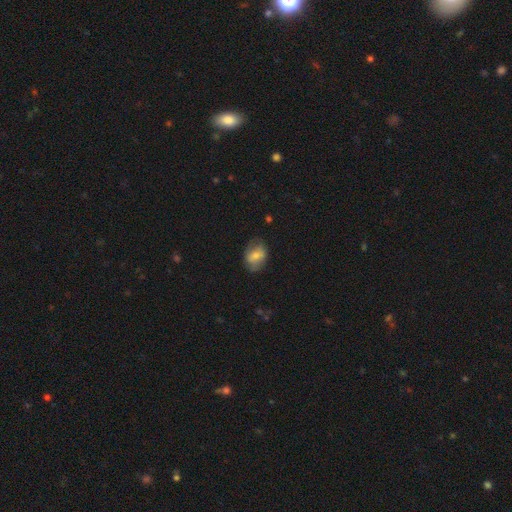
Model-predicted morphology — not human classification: Q: Smooth or featured?
A: smooth (66%); runner-up: featured or disk (26%)
Q: How rounded?
A: in between (71%); runner-up: round (27%)
Q: Merging?
A: none (71%); runner-up: minor disturbance (21%)